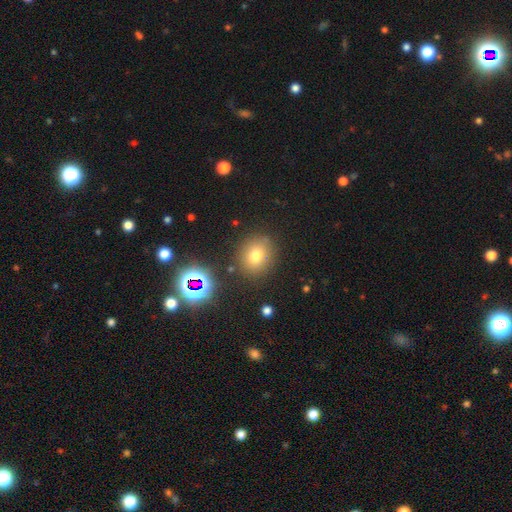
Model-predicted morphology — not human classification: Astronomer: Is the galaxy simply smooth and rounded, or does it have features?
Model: smooth — 72%.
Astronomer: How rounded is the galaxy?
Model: round — 74%.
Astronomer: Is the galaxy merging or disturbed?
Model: none — 83%.